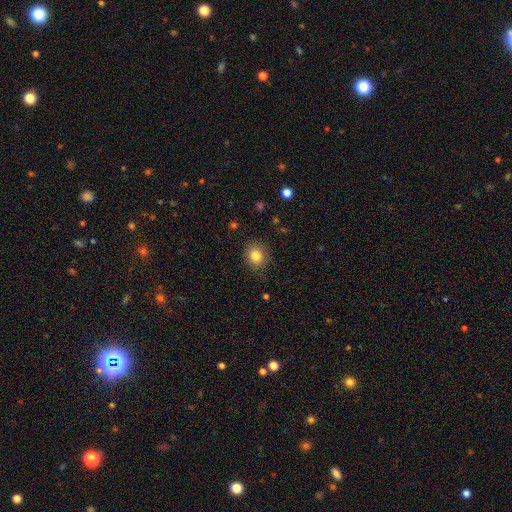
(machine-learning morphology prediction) Smooth or featured: smooth — 81% (star or artifact — 10%)
How rounded: round — 73% (in between — 26%)
Merging: none — 83% (minor disturbance — 13%)